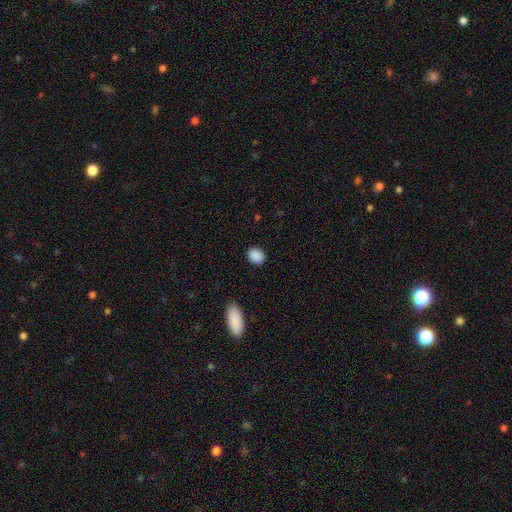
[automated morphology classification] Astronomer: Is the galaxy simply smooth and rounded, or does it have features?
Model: smooth — 89%.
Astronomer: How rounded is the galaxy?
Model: round — 49%, tied with in between at 49%.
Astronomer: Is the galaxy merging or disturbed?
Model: none — 89%.